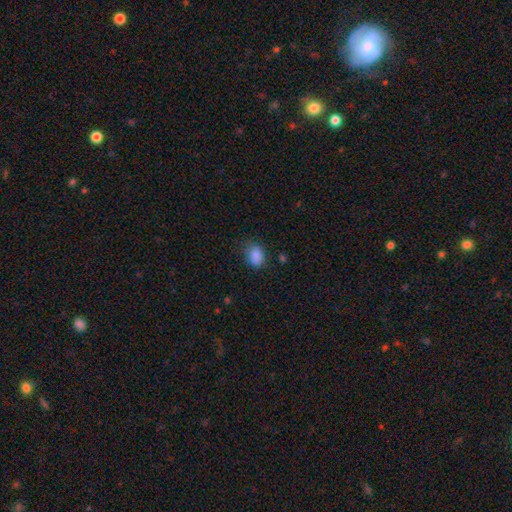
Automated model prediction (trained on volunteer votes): A smooth galaxy with no disk features (85%) that is in between round and cigar-shaped (73%).

Vote fractions:
- Smooth or featured? smooth: 85% / star or artifact: 10% / featured or disk: 5%
- How rounded? in between: 73% / round: 26% / cigar-shaped: 1%
- Merging? none: 65% / minor disturbance: 26% / major disturbance: 7% / merger: 2%